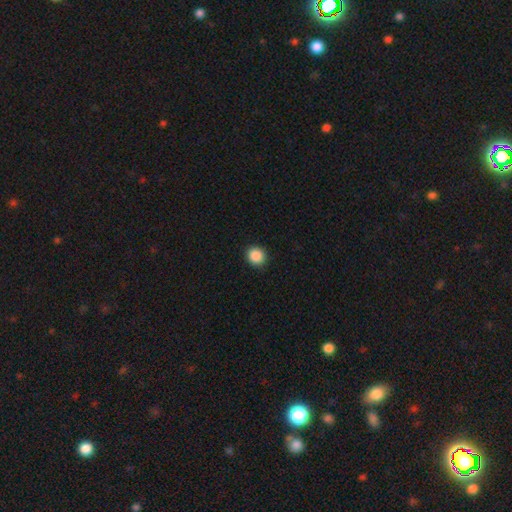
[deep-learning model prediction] Overall: smooth (88%). How rounded: round (89%). Merging: none (91%).